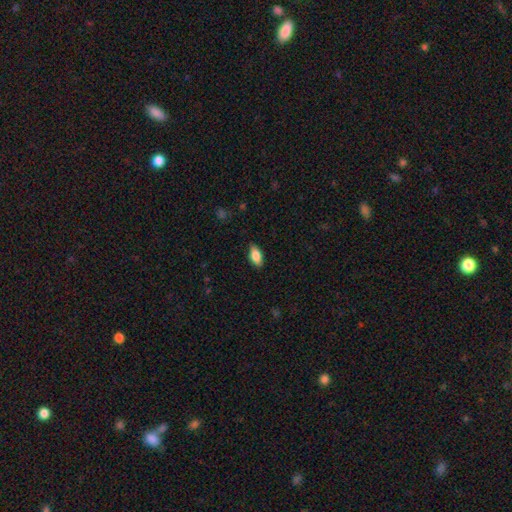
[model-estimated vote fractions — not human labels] The model was most divided on "smooth or featured": smooth: 83%, featured or disk: 10%, star or artifact: 7%. More confident: how rounded — in between (89%); merging — none (86%).